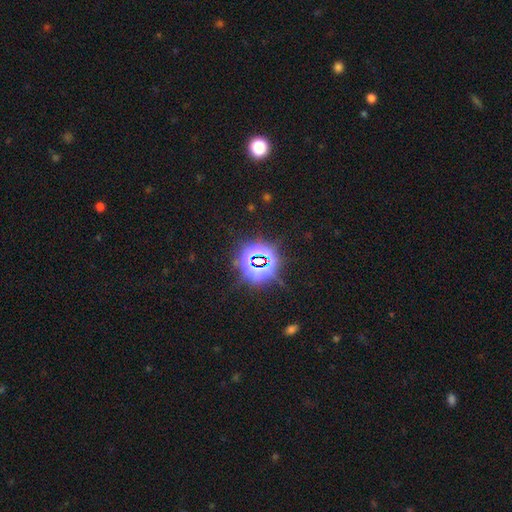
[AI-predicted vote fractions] smooth-or-featured: star or artifact: 80% | smooth: 12% | featured or disk: 8%